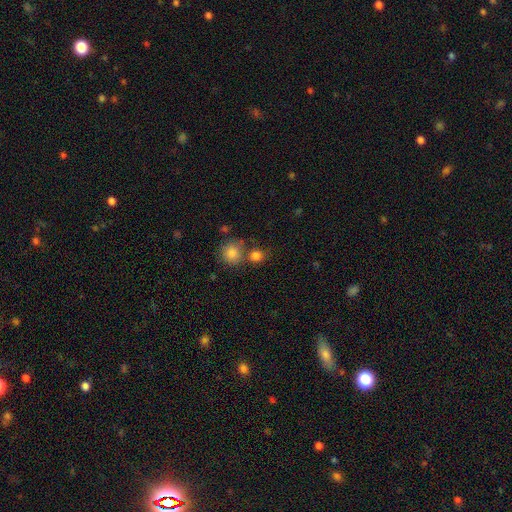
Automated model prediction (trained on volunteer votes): This appears to be a smooth galaxy with no disk features (81%) that is round (83%). Merging: none (60%).